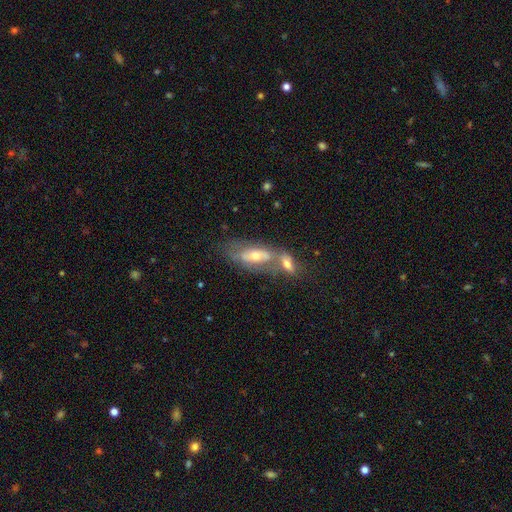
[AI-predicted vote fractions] A featured or disk galaxy (55%).

Vote fractions:
- Smooth or featured? featured or disk: 55% / smooth: 36% / star or artifact: 8%
- Edge-on disk? no: 82% / yes: 18%
- Merging? merger: 57% / none: 26% / minor disturbance: 10% / major disturbance: 6%